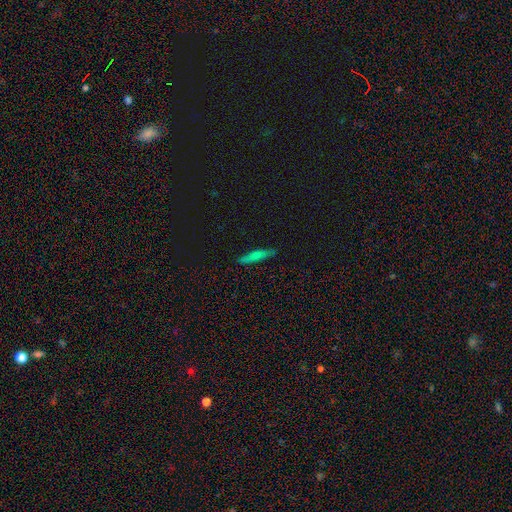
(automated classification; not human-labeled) The model was most divided on "smooth or featured": smooth: 63%, featured or disk: 30%, star or artifact: 7%. More confident: merging — none (87%); how rounded — cigar-shaped (87%).